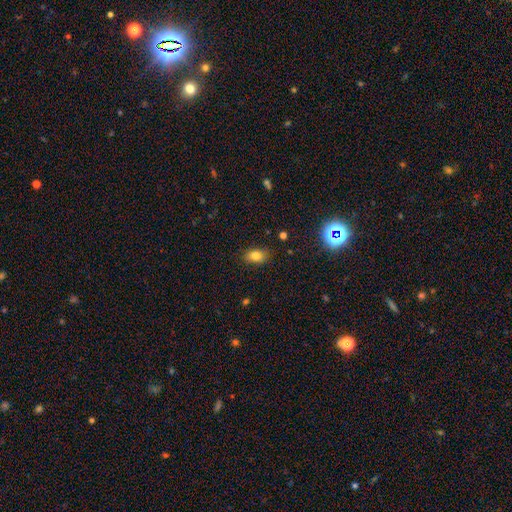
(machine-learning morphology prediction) Smooth or featured?
  - smooth: 80% *
  - star or artifact: 12%
  - featured or disk: 9%
How rounded?
  - in between: 82% *
  - round: 16%
  - cigar-shaped: 2%
Merging?
  - none: 85% *
  - minor disturbance: 12%
  - major disturbance: 3%
  - merger: 1%